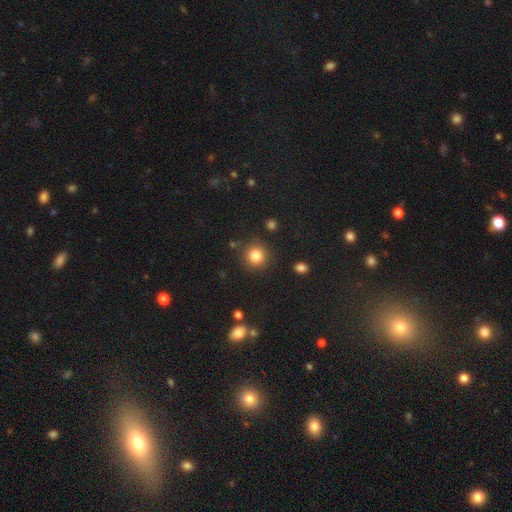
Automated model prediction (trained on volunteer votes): Overall: smooth (83%). How rounded: round (91%). Merging: none (85%).